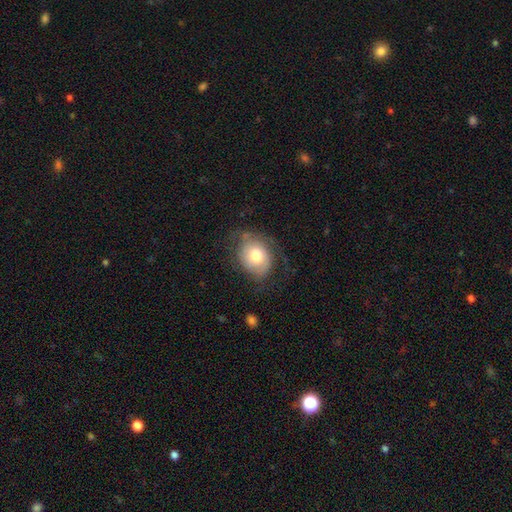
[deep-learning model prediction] Morphology: type=smooth (58%); roundness=in between (56%); merging=none (56%).